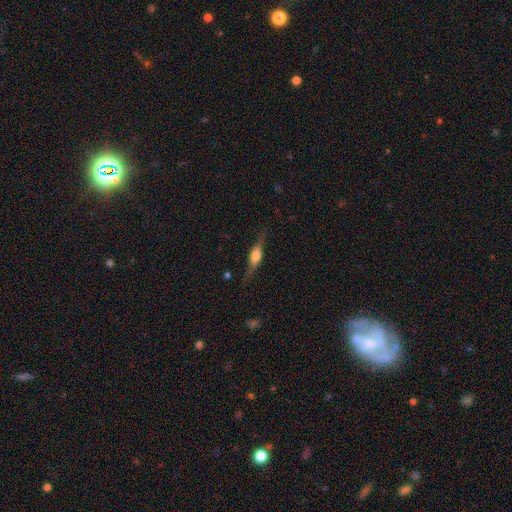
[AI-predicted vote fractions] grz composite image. It shows a featured or disk galaxy (65%) viewed edge-on (94%) with a rounded central bulge (87%). Merging: none (78%).